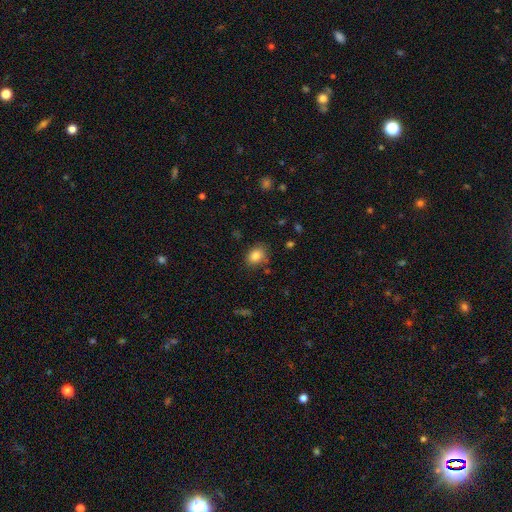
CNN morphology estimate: Smooth or featured?
  - smooth: 84% *
  - star or artifact: 10%
  - featured or disk: 6%
How rounded?
  - in between: 53% *
  - round: 46%
  - cigar-shaped: 1%
Merging?
  - none: 77% *
  - minor disturbance: 16%
  - major disturbance: 4%
  - merger: 3%